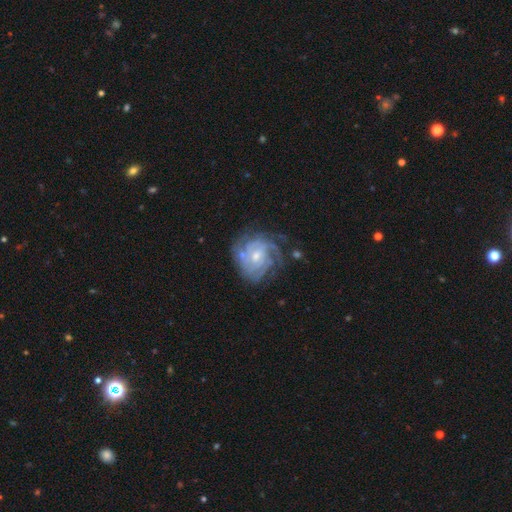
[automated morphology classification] Smooth or featured? featured or disk (83%)
Edge-on disk? no (98%)
Bar? no (56%)
Spiral arms? yes (93%)
Spiral winding? tight (68%)
Spiral arm count? can't tell (39%)
Bulge size? small (47%)
Merging? none (61%)